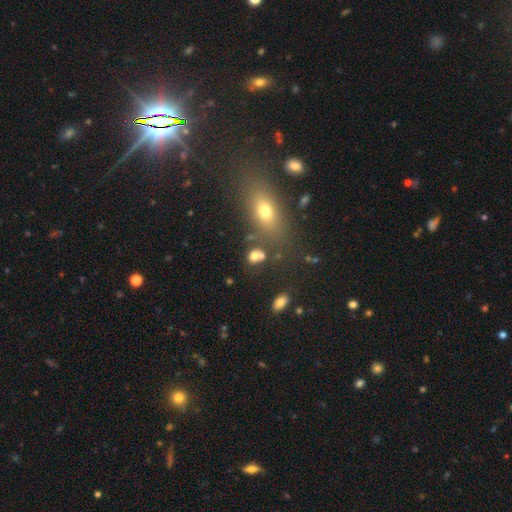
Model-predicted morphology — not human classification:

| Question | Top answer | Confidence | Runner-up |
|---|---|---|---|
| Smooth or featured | smooth | 73% | star or artifact (16%) |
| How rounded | round | 50% | in between (48%) |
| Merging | none | 52% | merger (28%) |